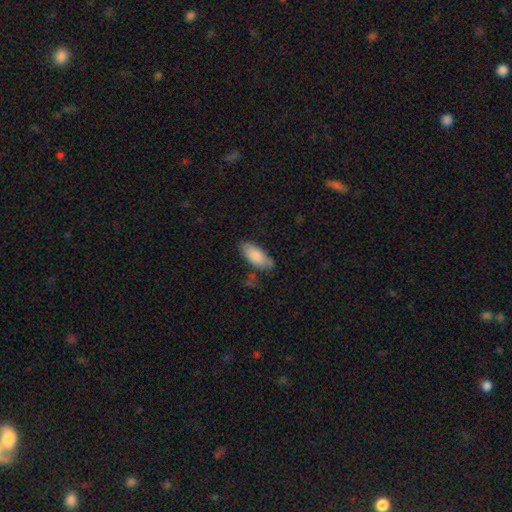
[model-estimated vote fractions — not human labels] The model was most divided on "merging": none: 71%, minor disturbance: 21%, major disturbance: 5%, merger: 3%. More confident: smooth or featured — smooth (85%); how rounded — in between (84%).